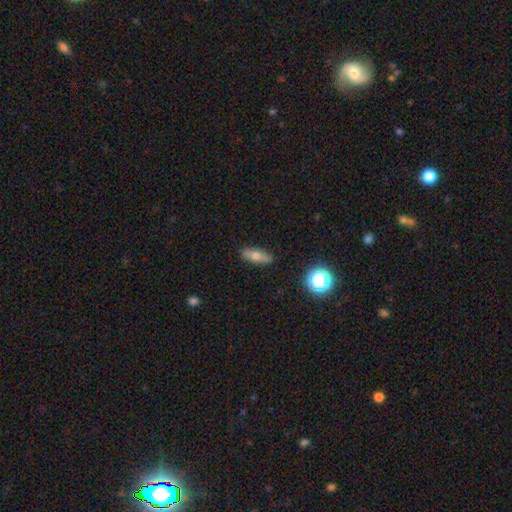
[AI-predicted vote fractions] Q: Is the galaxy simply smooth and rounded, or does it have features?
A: smooth — 59%.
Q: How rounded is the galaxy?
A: in between — 56%.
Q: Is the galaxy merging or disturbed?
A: none — 86%.